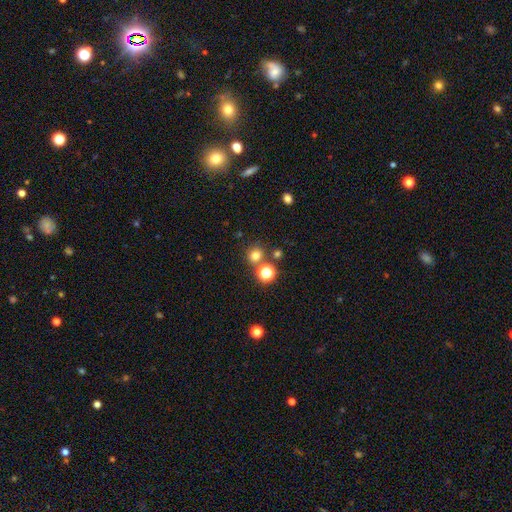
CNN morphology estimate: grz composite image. It shows a smooth galaxy with no disk features (73%) that is round (90%). Merging: none (77%).